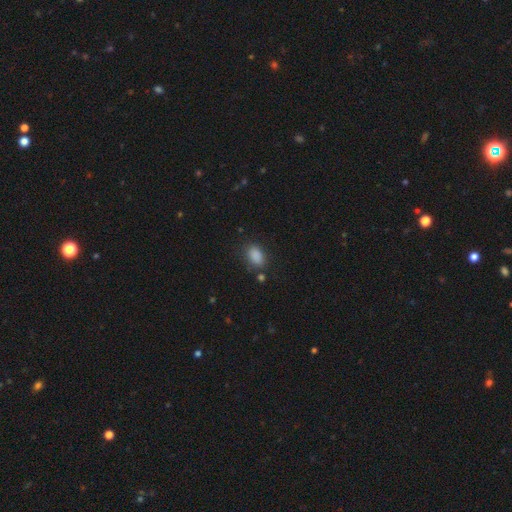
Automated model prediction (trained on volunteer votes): smooth-or-featured: smooth: 87% | star or artifact: 10% | featured or disk: 4%
  how-rounded: in between: 84% | round: 14% | cigar-shaped: 2%
  merging: none: 78% | minor disturbance: 14% | major disturbance: 5% | merger: 3%